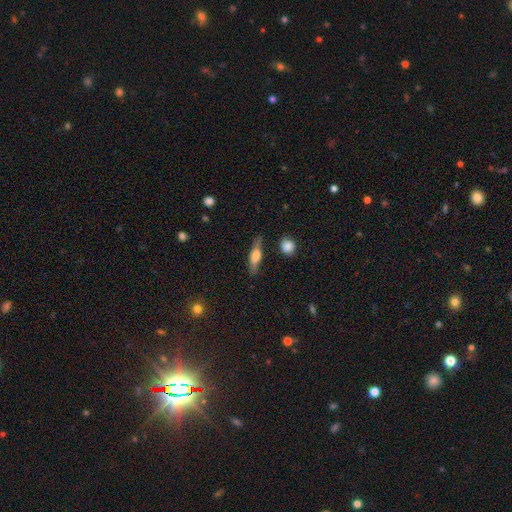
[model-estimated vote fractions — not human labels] Overall: smooth (49%; featured or disk 44%). Merging: none (79%).